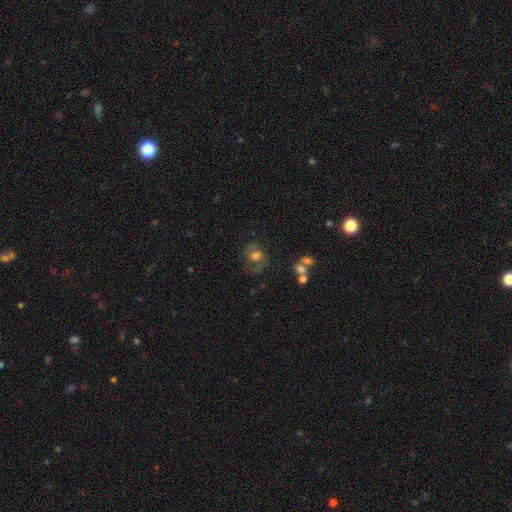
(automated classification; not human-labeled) smooth_or_featured: featured or disk (p=0.49) [alt: smooth p=0.39]
merging: none (p=0.60) [alt: minor disturbance p=0.20]